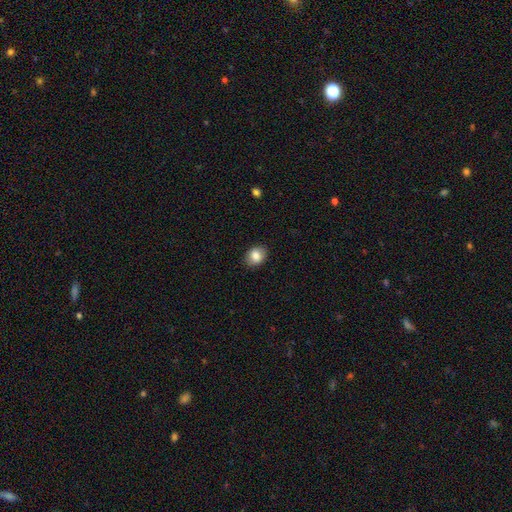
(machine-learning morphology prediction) Smooth or featured: smooth — 84% (star or artifact — 8%)
How rounded: in between — 56% (round — 43%)
Merging: none — 88% (minor disturbance — 9%)